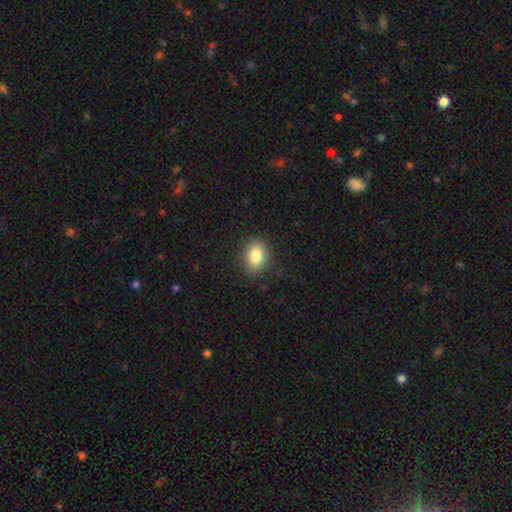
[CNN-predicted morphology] The model was most divided on "how rounded": in between: 66%, round: 33%, cigar-shaped: 1%. More confident: merging — none (87%); smooth or featured — smooth (82%).